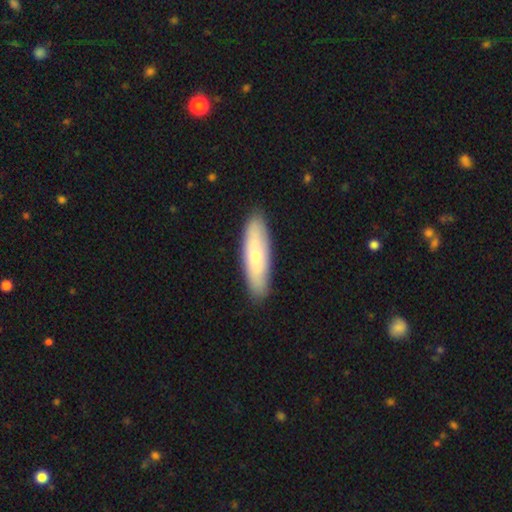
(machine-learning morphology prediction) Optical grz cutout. It shows a smooth galaxy with no disk features (63%) that is cigar-shaped (57%). Merging: none (88%).